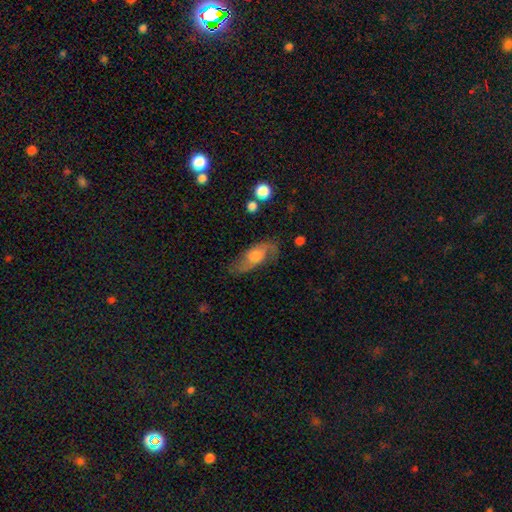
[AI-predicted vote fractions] Q: Smooth or featured?
A: featured or disk (56%); runner-up: smooth (37%)
Q: Edge-on disk?
A: no (83%); runner-up: yes (17%)
Q: Merging?
A: none (69%); runner-up: minor disturbance (20%)